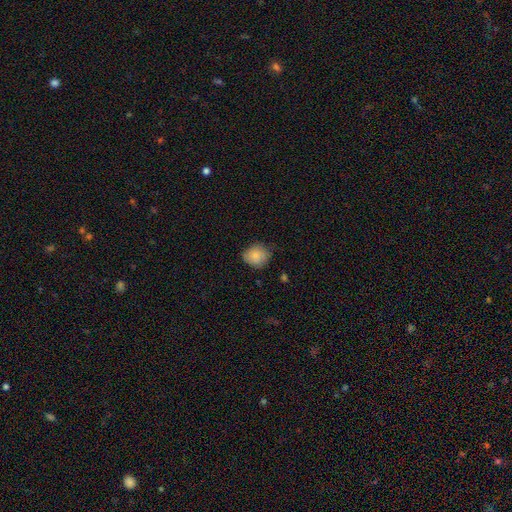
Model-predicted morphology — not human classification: Smooth or featured? Predicted: smooth (p=0.85). How rounded? Predicted: round (p=0.74). Merging? Predicted: none (p=0.70).